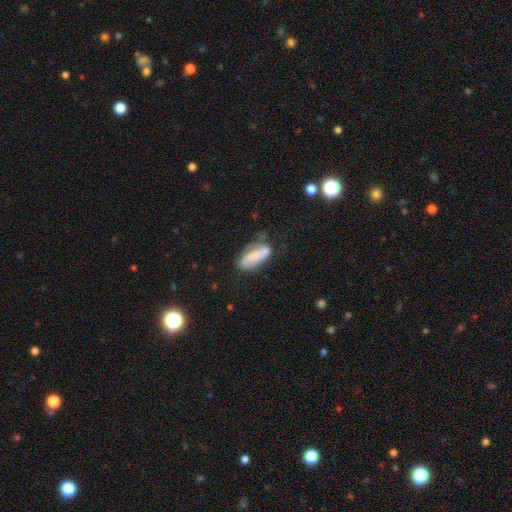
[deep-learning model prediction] This is likely a smooth galaxy (68%). How rounded: likely in between (72%). Merging: marginally none (45%).